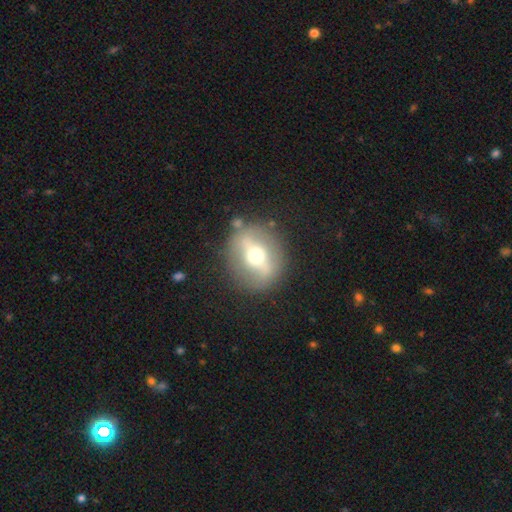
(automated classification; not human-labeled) Q: Smooth or featured?
A: featured or disk (63%); runner-up: smooth (30%)
Q: Edge-on disk?
A: no (71%); runner-up: yes (29%)
Q: Merging?
A: none (82%); runner-up: minor disturbance (10%)